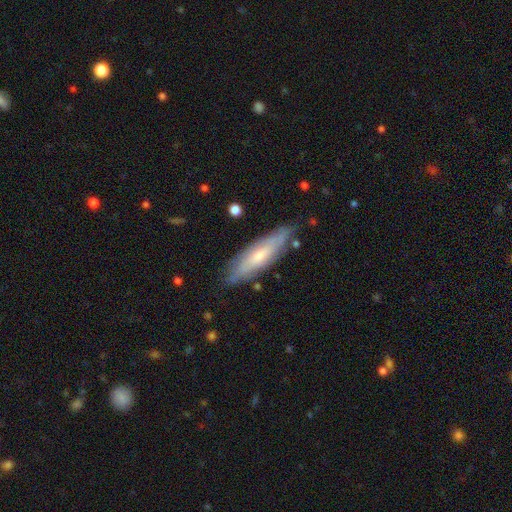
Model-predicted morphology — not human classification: Overall: featured or disk (52%; smooth 39%). Edge-on disk: yes (60%; no 40%). Merging: none (83%).